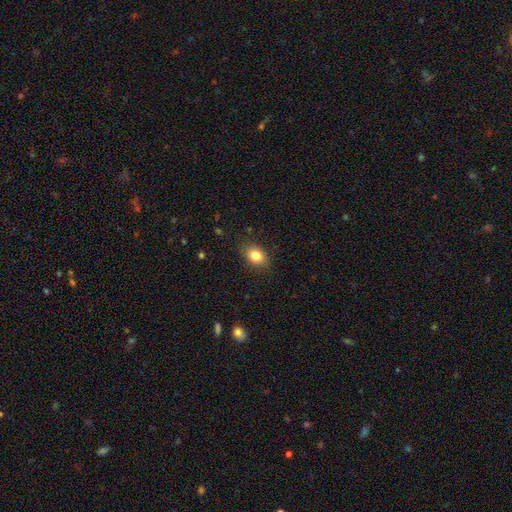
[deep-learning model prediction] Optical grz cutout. It shows a smooth galaxy with no disk features (83%) that is in between round and cigar-shaped (66%). Merging: none (84%).